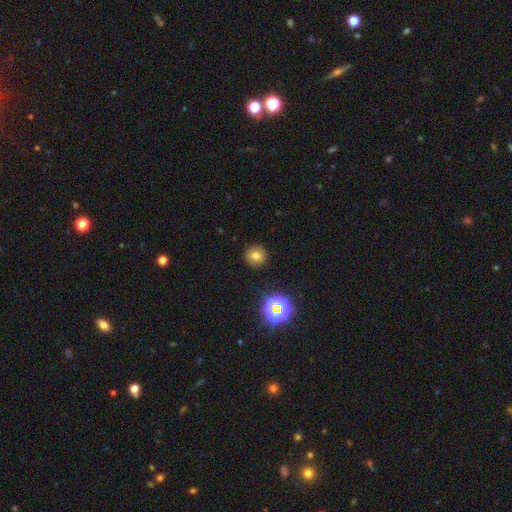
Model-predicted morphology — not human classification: Smooth or featured?
  - smooth: 73% *
  - star or artifact: 18%
  - featured or disk: 10%
How rounded?
  - round: 92% *
  - in between: 7%
  - cigar-shaped: 1%
Merging?
  - none: 90% *
  - minor disturbance: 6%
  - major disturbance: 2%
  - merger: 1%